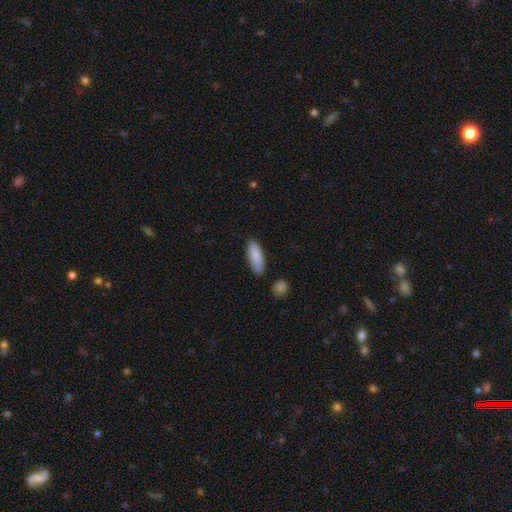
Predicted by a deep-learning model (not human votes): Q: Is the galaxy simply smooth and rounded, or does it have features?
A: smooth — 86%.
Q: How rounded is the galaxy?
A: in between — 68%.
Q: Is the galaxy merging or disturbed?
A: none — 80%.